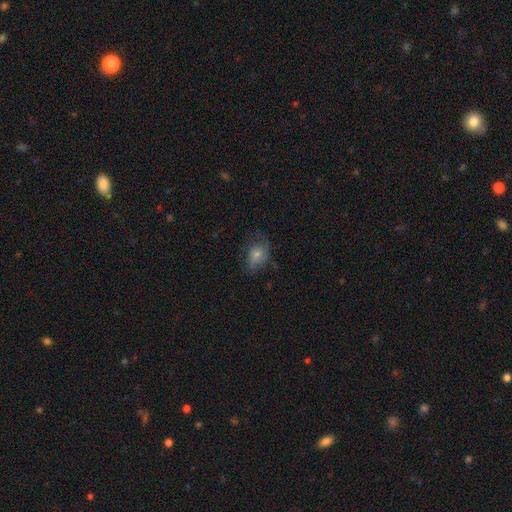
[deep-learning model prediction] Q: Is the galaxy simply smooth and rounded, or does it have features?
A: smooth — 51%.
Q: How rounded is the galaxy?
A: in between — 68%.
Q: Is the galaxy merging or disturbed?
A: none — 55%.